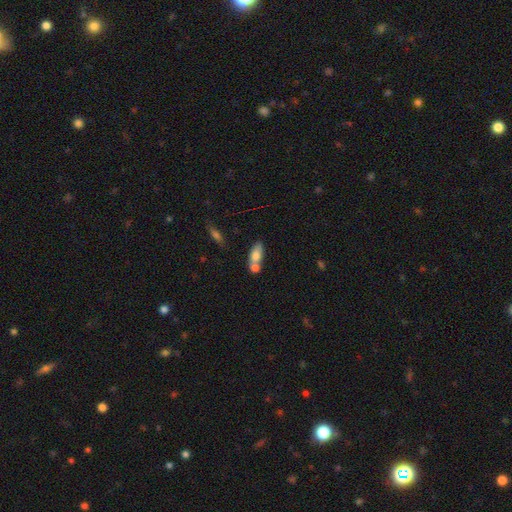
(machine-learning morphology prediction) This appears to be a smooth galaxy with no disk features (73%) that is in between round and cigar-shaped (77%). Merging: merger (48%).